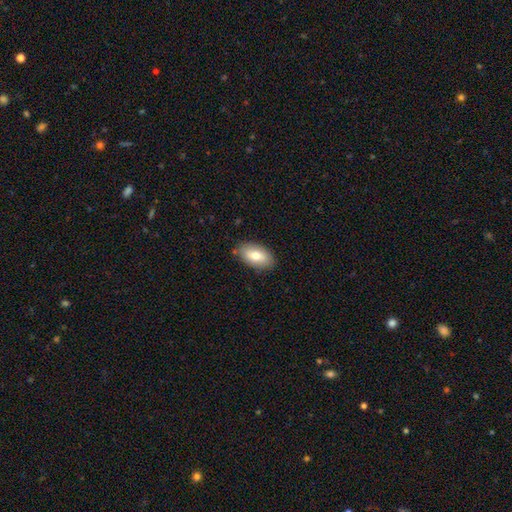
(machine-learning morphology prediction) This appears to be a smooth galaxy with no disk features (77%) that is in between round and cigar-shaped (93%). Merging: none (84%).